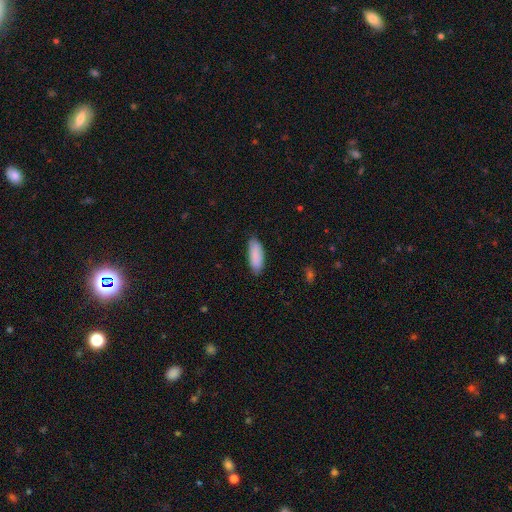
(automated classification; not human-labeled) A smooth galaxy with no disk features (89%) that is in between round and cigar-shaped (71%). Merging: none (85%).